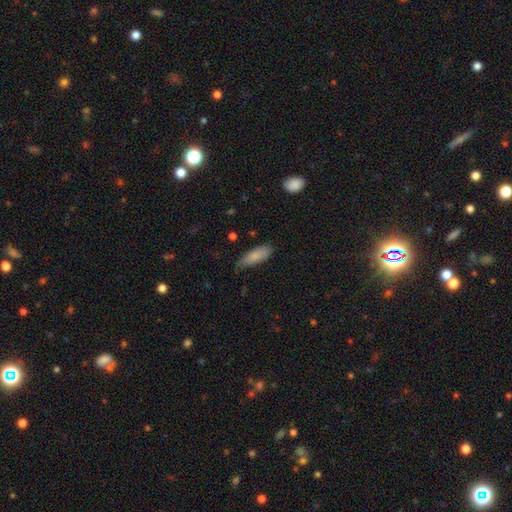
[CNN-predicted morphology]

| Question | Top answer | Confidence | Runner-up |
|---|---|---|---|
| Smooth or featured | smooth | 83% | featured or disk (11%) |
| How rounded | in between | 63% | cigar-shaped (35%) |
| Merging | none | 69% | minor disturbance (26%) |